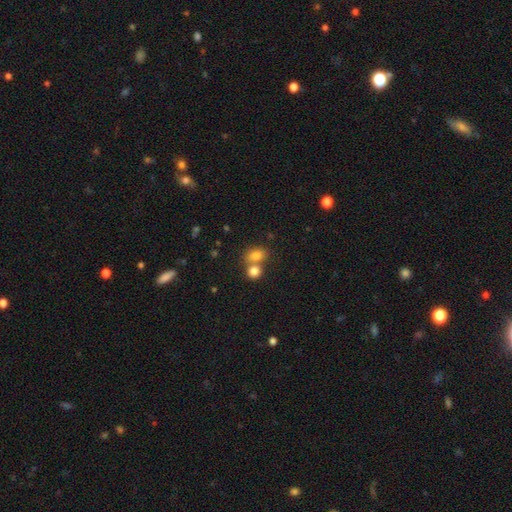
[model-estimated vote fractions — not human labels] The model was most divided on "merging": merger: 45%, none: 43%, minor disturbance: 9%, major disturbance: 3%. More confident: smooth or featured — smooth (80%); how rounded — in between (60%).